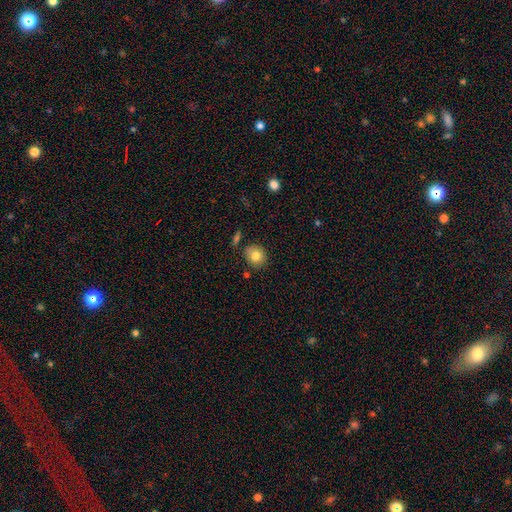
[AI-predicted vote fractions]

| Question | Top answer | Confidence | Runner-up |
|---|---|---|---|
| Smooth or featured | smooth | 80% | featured or disk (11%) |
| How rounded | round | 82% | in between (17%) |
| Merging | none | 82% | minor disturbance (11%) |